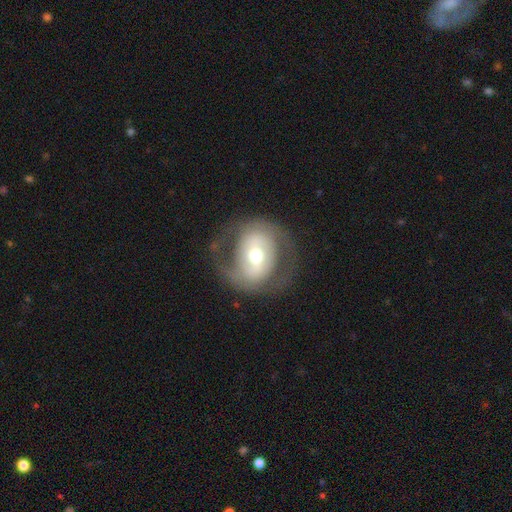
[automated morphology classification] Smooth or featured?
  - featured or disk: 65% *
  - smooth: 28%
  - star or artifact: 7%
Edge-on disk?
  - no: 95% *
  - yes: 5%
Bar?
  - no: 37% *
  - weak: 33%
  - strong: 30%
Spiral arms?
  - yes: 56% *
  - no: 44%
Bulge size?
  - moderate: 65% *
  - small: 24%
  - large: 9%
  - dominant: 2%
  - none: 1%
Merging?
  - none: 71% *
  - minor disturbance: 14%
  - major disturbance: 13%
  - merger: 1%